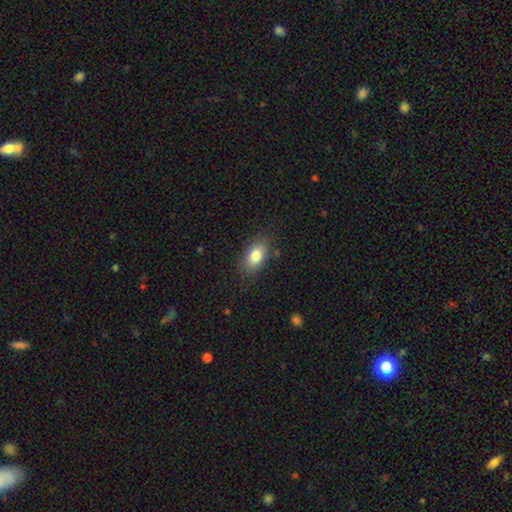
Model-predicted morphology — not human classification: A smooth galaxy with no disk features (82%) that is in between round and cigar-shaped (88%).

Vote fractions:
- Smooth or featured? smooth: 82% / featured or disk: 10% / star or artifact: 8%
- How rounded? in between: 88% / round: 9% / cigar-shaped: 3%
- Merging? none: 83% / minor disturbance: 12% / major disturbance: 3% / merger: 1%